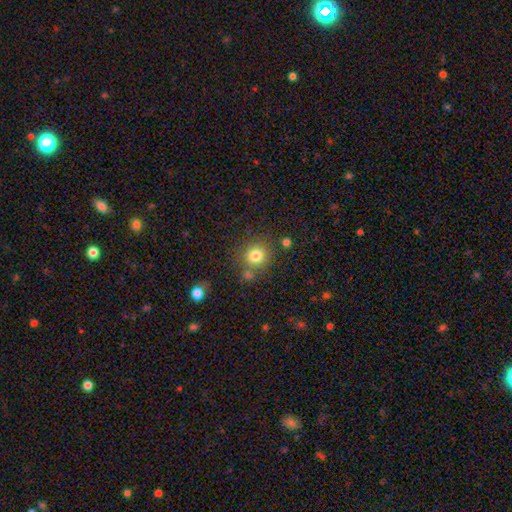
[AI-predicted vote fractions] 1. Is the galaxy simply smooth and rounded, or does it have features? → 80% smooth, 12% star or artifact, 7% featured or disk.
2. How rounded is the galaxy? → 88% round, 11% in between, 1% cigar-shaped.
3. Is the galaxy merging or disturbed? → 75% none, 11% merger, 10% minor disturbance, 4% major disturbance.